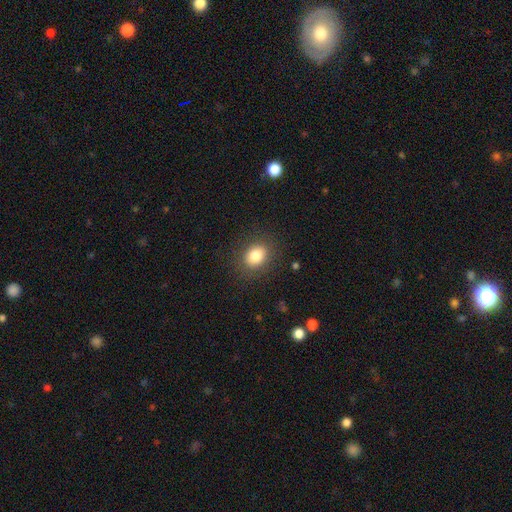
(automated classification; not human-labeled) smooth_or_featured: smooth (p=0.82) [alt: star or artifact p=0.10]
how_rounded: round (p=0.52) [alt: in between p=0.47]
merging: none (p=0.86) [alt: minor disturbance p=0.09]